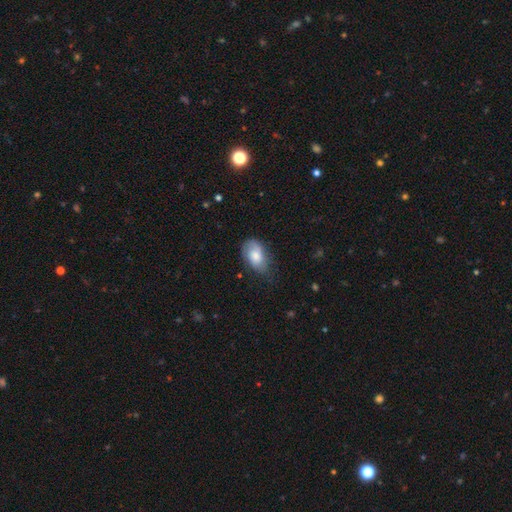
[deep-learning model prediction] Smooth or featured? smooth (66%)
How rounded? in between (90%)
Merging? none (57%)